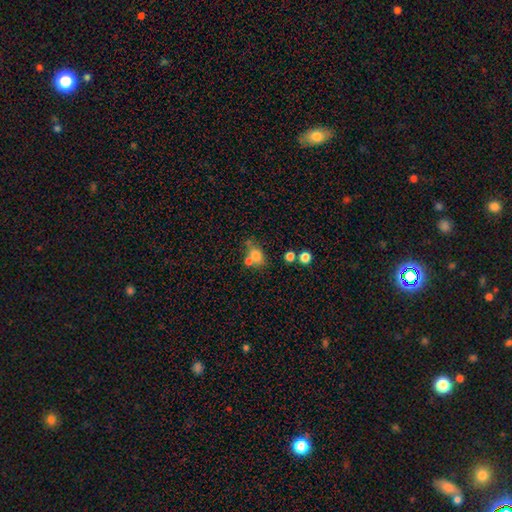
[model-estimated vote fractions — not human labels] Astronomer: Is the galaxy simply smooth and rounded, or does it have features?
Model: smooth — 73%.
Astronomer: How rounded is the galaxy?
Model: in between — 64%.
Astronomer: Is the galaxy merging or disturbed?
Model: none — 44% (runner-up: merger, 35%).